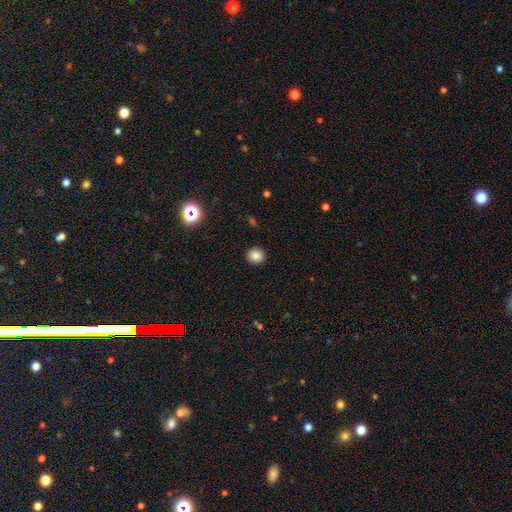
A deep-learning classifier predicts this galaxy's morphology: smooth 85%, star or artifact 11%, featured or disk 4%. Down the decision tree: how rounded — round (82%); merging — none (92%).